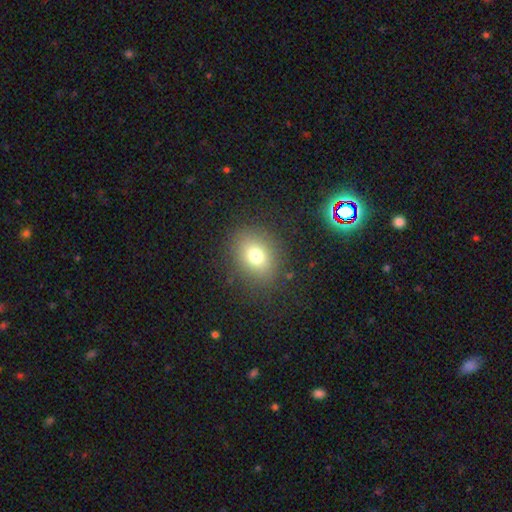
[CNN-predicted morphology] A smooth galaxy with no disk features (75%) that is round (54%). Merging: none (85%).